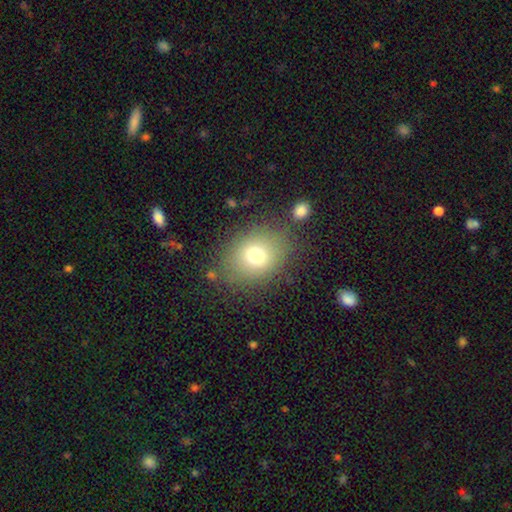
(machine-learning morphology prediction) A smooth galaxy with no disk features (73%) that is round (54%).

Vote fractions:
- Smooth or featured? smooth: 73% / star or artifact: 14% / featured or disk: 13%
- How rounded? round: 54% / in between: 45% / cigar-shaped: 1%
- Merging? none: 76% / minor disturbance: 13% / major disturbance: 6% / merger: 5%